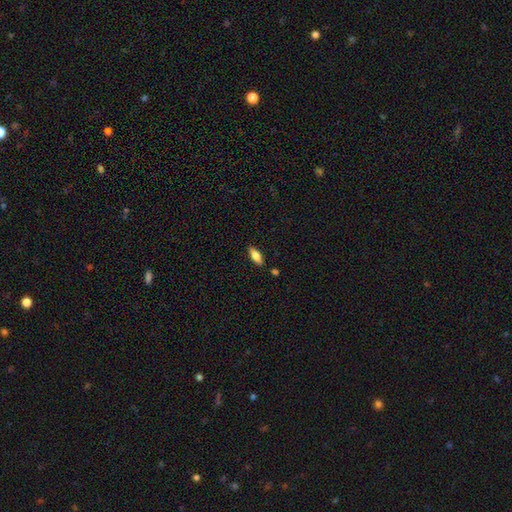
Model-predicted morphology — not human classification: Smooth or featured? Predicted: smooth (p=0.70). How rounded? Predicted: in between (p=0.75). Merging? Predicted: none (p=0.86).